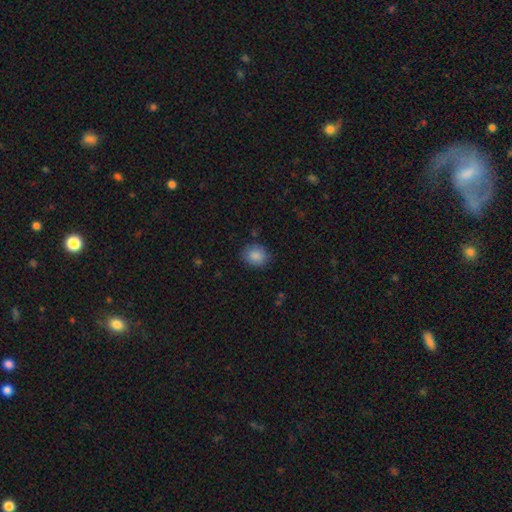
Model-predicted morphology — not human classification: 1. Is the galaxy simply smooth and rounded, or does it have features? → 87% smooth, 8% star or artifact, 4% featured or disk.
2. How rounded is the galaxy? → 64% round, 35% in between, 1% cigar-shaped.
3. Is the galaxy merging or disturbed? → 83% none, 12% minor disturbance, 3% major disturbance, 1% merger.